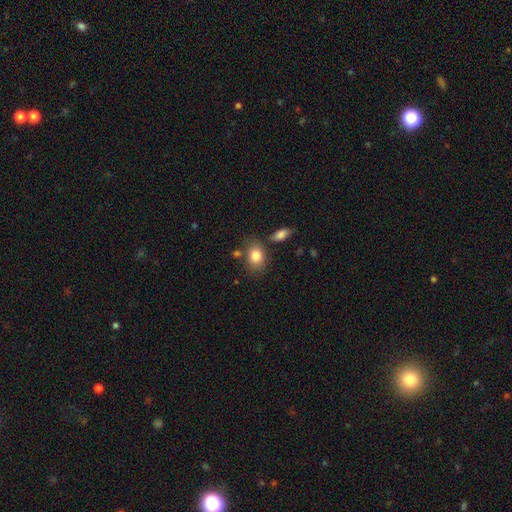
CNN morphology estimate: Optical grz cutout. It shows a smooth galaxy with no disk features (83%) that is in between round and cigar-shaped (68%). Merging: none (70%).